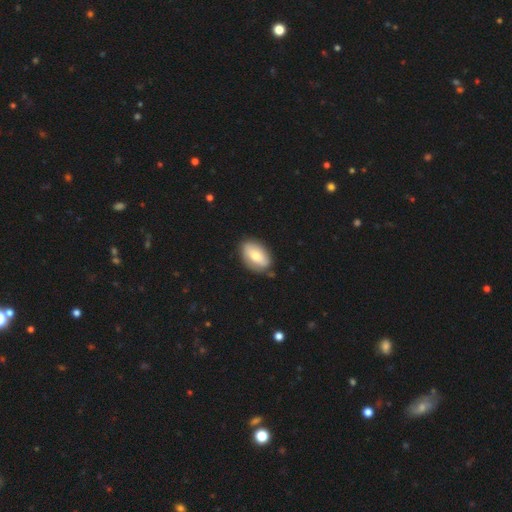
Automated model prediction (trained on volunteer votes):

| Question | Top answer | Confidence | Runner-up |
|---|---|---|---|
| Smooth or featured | smooth | 63% | featured or disk (31%) |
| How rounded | in between | 91% | round (7%) |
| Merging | none | 79% | minor disturbance (15%) |